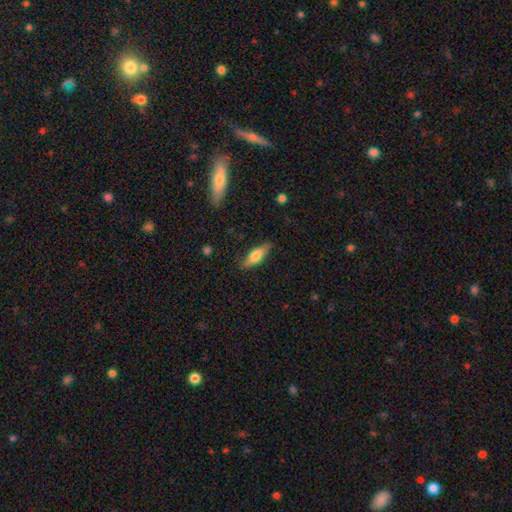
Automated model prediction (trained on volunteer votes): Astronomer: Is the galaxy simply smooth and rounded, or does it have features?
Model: smooth — 69%.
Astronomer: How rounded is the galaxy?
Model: in between — 55% (runner-up: cigar-shaped, 43%).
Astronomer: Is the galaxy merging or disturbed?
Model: none — 84%.